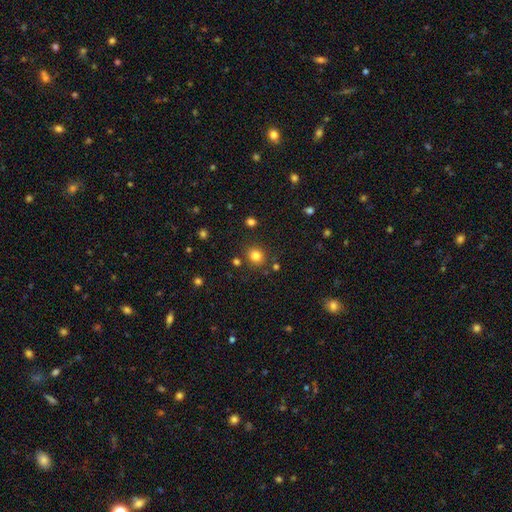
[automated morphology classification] type=smooth (81%); roundness=round (81%); merging=none (84%).